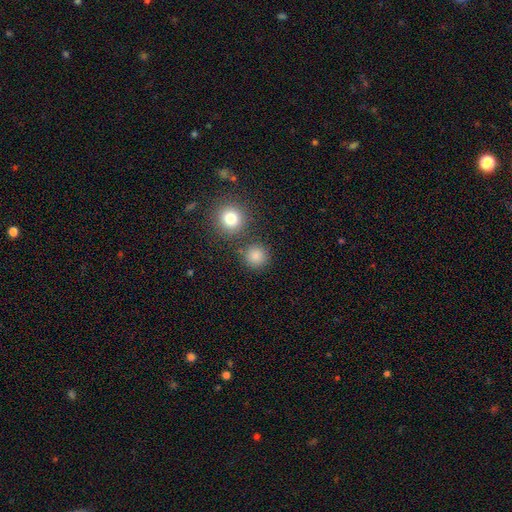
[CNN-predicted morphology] A smooth galaxy with no disk features (84%) that is round (93%).

Vote fractions:
- Smooth or featured? smooth: 84% / star or artifact: 12% / featured or disk: 4%
- How rounded? round: 93% / in between: 6% / cigar-shaped: 1%
- Merging? none: 82% / minor disturbance: 8% / merger: 7% / major disturbance: 3%